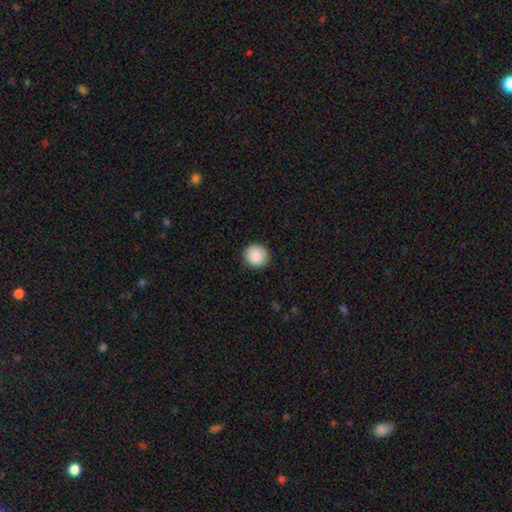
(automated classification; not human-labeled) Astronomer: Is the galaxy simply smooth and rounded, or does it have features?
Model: smooth — 89%.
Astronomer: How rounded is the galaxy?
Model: round — 94%.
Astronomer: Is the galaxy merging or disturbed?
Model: none — 91%.